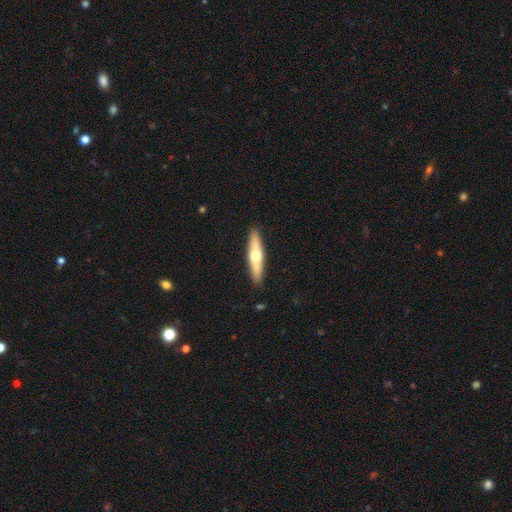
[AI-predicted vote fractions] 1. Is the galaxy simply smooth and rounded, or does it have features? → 48% featured or disk, 47% smooth, 5% star or artifact.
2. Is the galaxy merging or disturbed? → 90% none, 7% minor disturbance, 2% major disturbance, 1% merger.